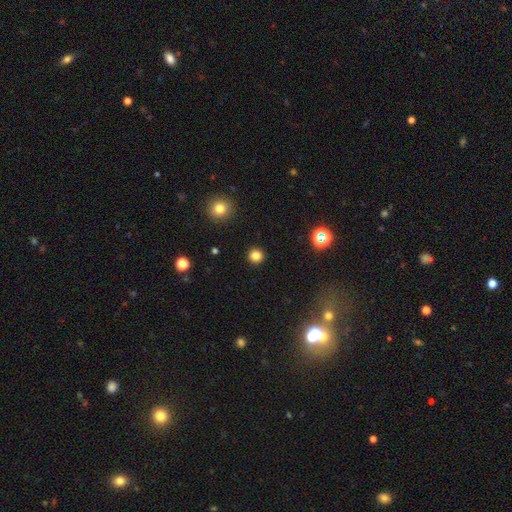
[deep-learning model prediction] Morphology: type=smooth (81%); roundness=round (94%); merging=none (92%).